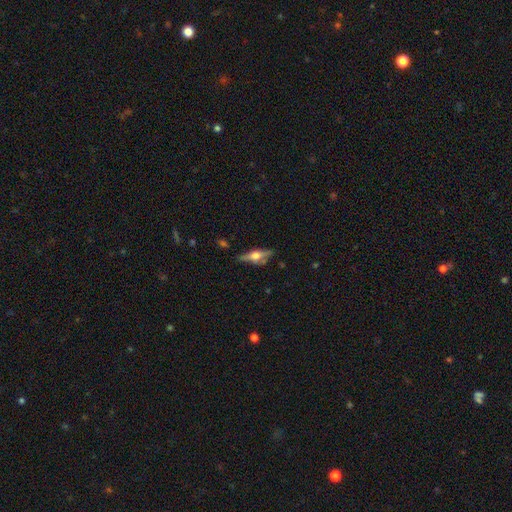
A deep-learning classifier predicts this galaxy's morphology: This appears to be a featured or disk galaxy (67%) viewed edge-on (93%) with a rounded central bulge (90%). Merging: none (70%).